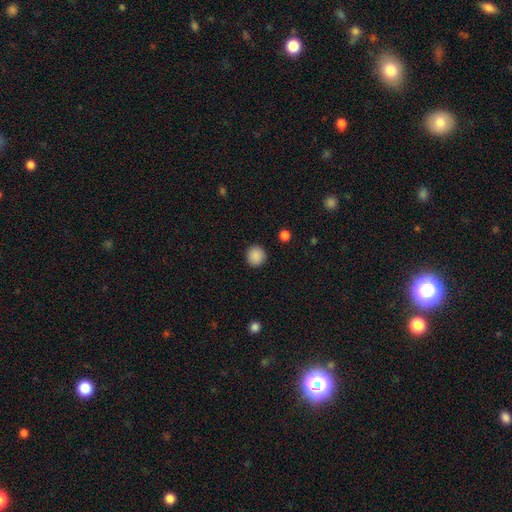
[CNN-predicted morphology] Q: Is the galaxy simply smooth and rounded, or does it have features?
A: smooth — 89%.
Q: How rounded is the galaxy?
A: round — 93%.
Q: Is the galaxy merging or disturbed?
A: none — 92%.